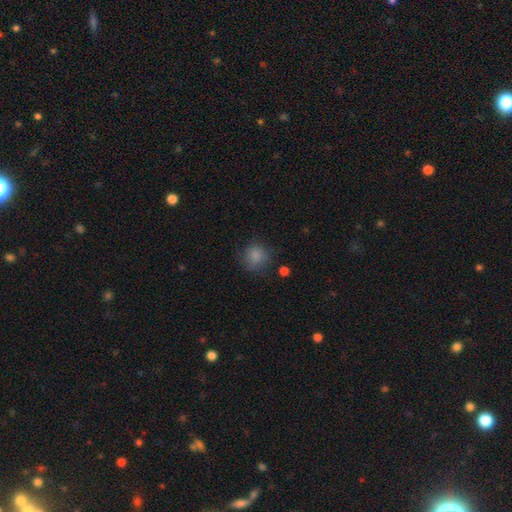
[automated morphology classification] The model was most divided on "merging": none: 71%, minor disturbance: 19%, major disturbance: 8%, merger: 2%. More confident: how rounded — round (84%); smooth or featured — smooth (83%).